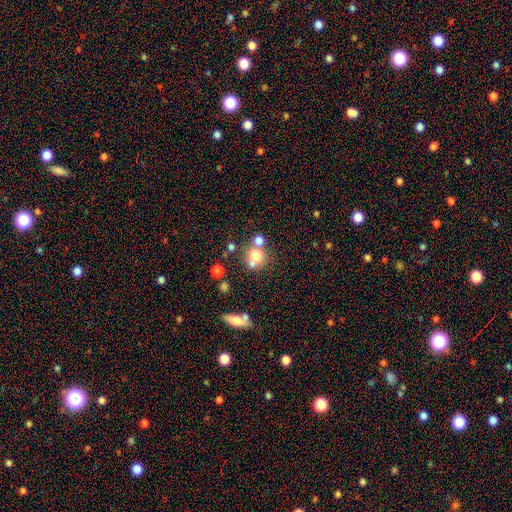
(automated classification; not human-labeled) The model was most divided on "merging": none: 46%, merger: 40%, minor disturbance: 9%, major disturbance: 5%. More confident: how rounded — round (80%); smooth or featured — smooth (67%).